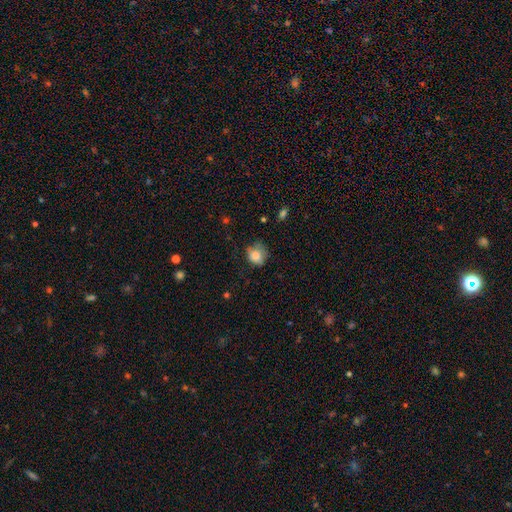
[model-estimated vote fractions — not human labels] smooth_or_featured: smooth (p=0.81) [alt: featured or disk p=0.10]
how_rounded: round (p=0.73) [alt: in between p=0.26]
merging: none (p=0.58) [alt: minor disturbance p=0.30]